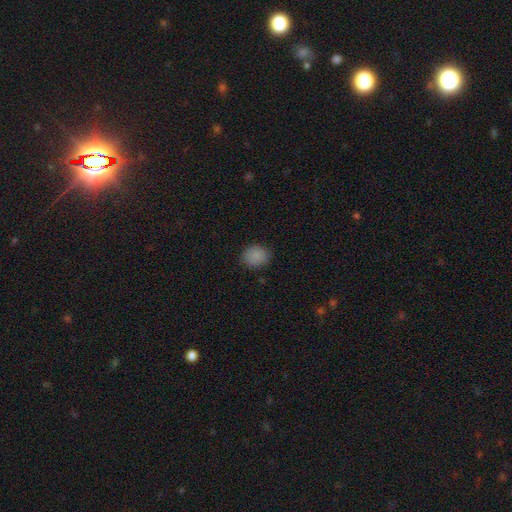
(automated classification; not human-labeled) This is clearly a smooth galaxy (87%). How rounded: possibly round (56%). Merging: clearly none (84%).